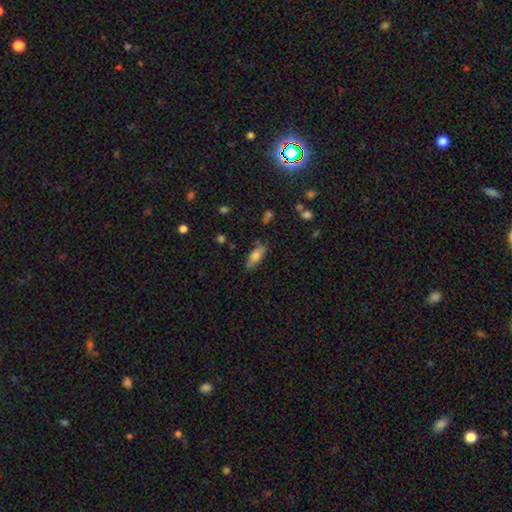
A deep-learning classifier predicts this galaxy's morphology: A smooth galaxy with no disk features (71%) that is in between round and cigar-shaped (71%).

Vote fractions:
- Smooth or featured? smooth: 71% / featured or disk: 21% / star or artifact: 7%
- How rounded? in between: 71% / cigar-shaped: 26% / round: 3%
- Merging? none: 79% / minor disturbance: 15% / major disturbance: 3% / merger: 3%